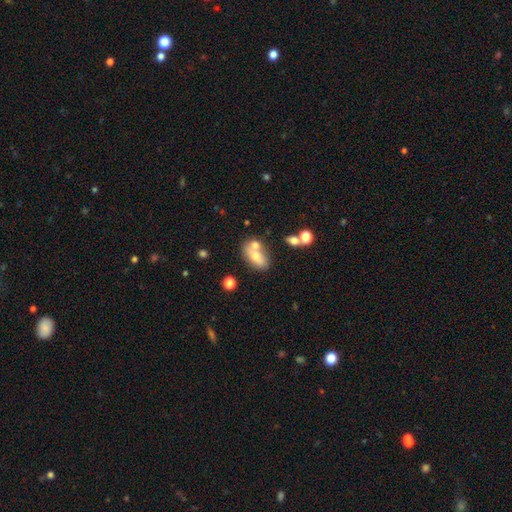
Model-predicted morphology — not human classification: The model was most divided on "merging": none: 45%, merger: 37%, minor disturbance: 13%, major disturbance: 5%. More confident: how rounded — in between (82%); smooth or featured — smooth (64%).